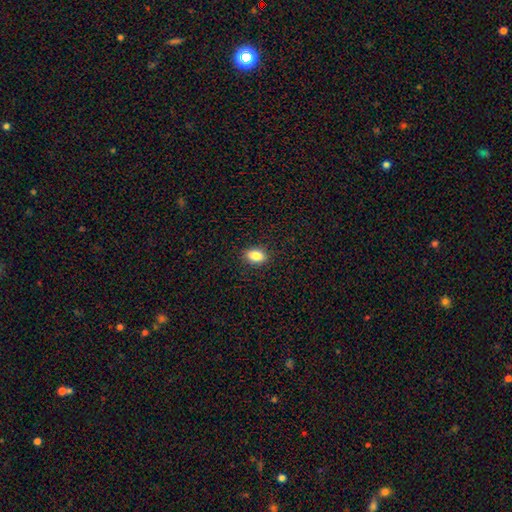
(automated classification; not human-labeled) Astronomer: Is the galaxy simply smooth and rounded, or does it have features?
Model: smooth — 85%.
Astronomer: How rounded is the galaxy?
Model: in between — 82%.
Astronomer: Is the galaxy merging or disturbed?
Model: none — 89%.